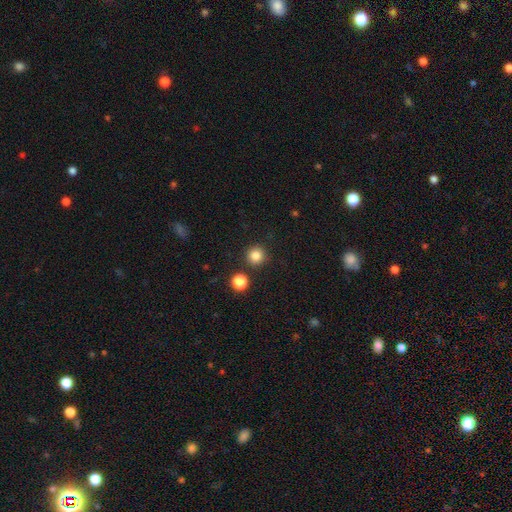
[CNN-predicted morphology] Overall: smooth (84%). How rounded: round (95%). Merging: none (89%).